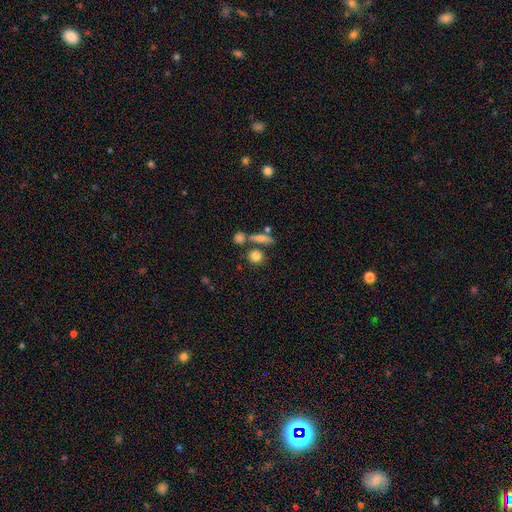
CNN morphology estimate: A smooth galaxy with no disk features (80%) that is round (68%). Merging: none (63%).